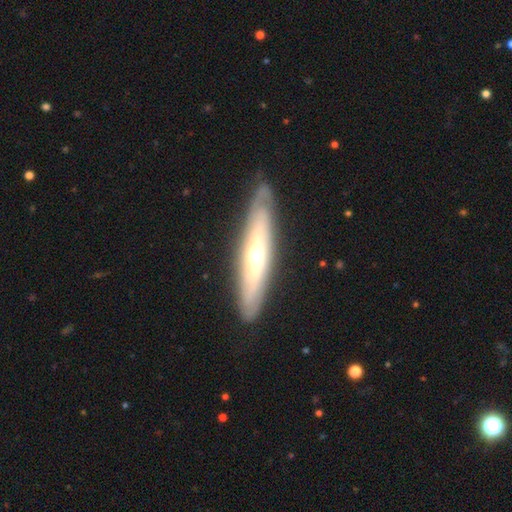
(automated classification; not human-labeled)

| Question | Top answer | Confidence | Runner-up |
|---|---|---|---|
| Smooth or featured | featured or disk | 68% | smooth (26%) |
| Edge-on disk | yes | 58% | no (42%) |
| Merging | none | 83% | minor disturbance (13%) |